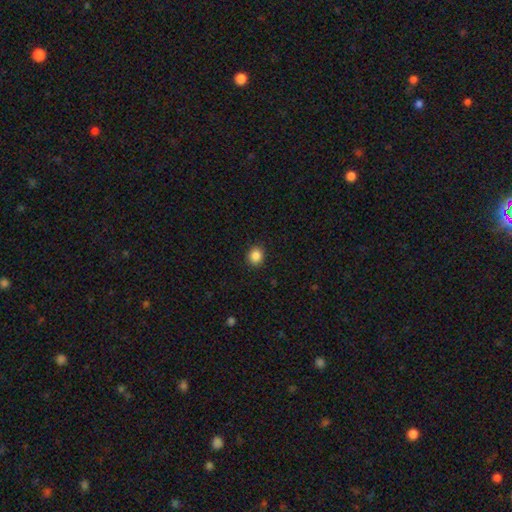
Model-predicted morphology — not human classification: Smooth or featured?
  - smooth: 87% *
  - star or artifact: 10%
  - featured or disk: 4%
How rounded?
  - round: 74% *
  - in between: 25%
  - cigar-shaped: 1%
Merging?
  - none: 90% *
  - minor disturbance: 7%
  - major disturbance: 2%
  - merger: 1%